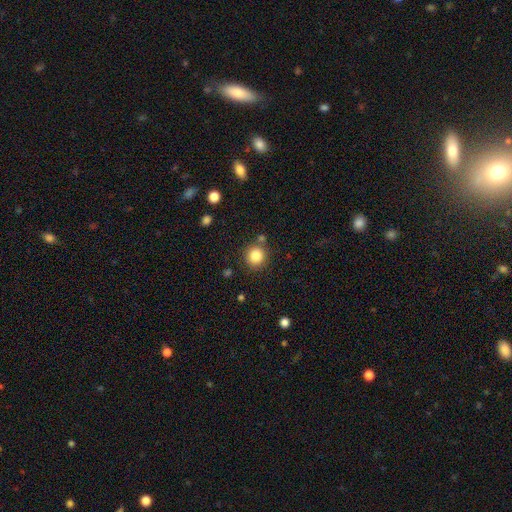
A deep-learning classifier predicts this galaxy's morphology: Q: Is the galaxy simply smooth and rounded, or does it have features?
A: smooth — 86%.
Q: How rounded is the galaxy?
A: round — 91%.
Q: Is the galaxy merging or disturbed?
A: none — 81%.